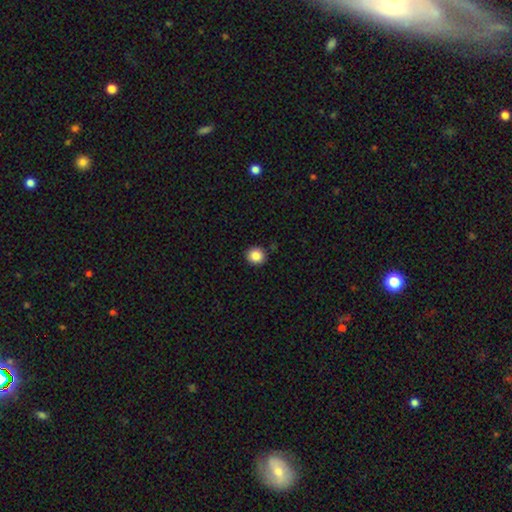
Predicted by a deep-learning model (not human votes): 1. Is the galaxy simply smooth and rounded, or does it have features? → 86% smooth, 10% star or artifact, 5% featured or disk.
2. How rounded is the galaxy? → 92% round, 8% in between, 1% cigar-shaped.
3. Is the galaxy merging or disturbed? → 91% none, 6% minor disturbance, 2% major disturbance, 2% merger.